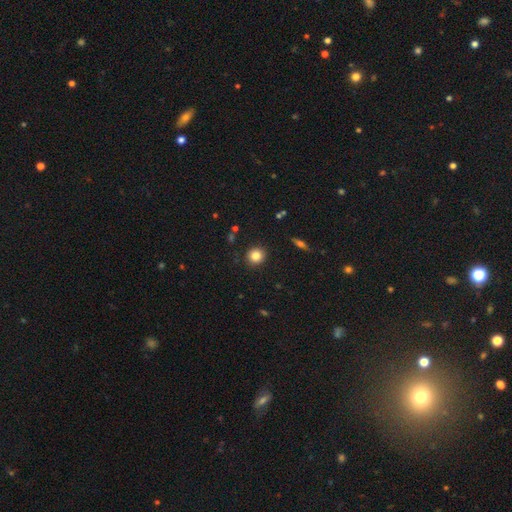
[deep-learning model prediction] Q: Smooth or featured?
A: smooth (82%); runner-up: star or artifact (11%)
Q: How rounded?
A: round (91%); runner-up: in between (8%)
Q: Merging?
A: none (90%); runner-up: minor disturbance (6%)